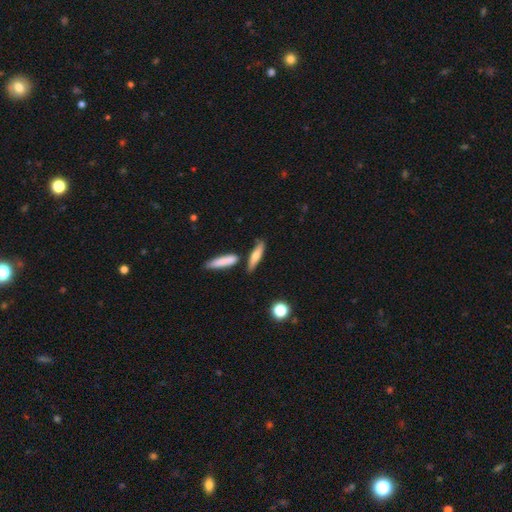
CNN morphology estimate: This appears to be a smooth galaxy with no disk features (61%) that is cigar-shaped (74%). Merging: none (73%).